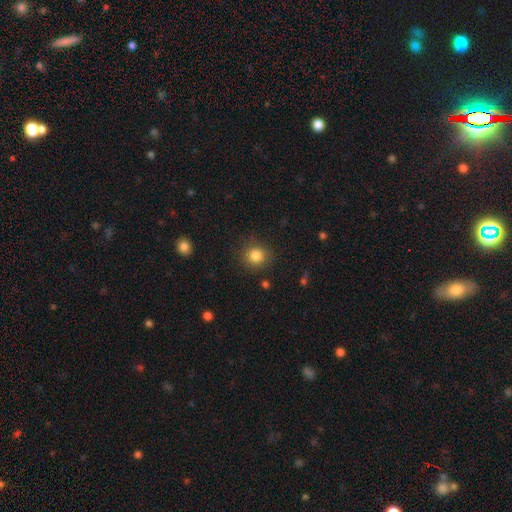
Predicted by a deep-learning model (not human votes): Q: Smooth or featured?
A: smooth (84%); runner-up: star or artifact (11%)
Q: How rounded?
A: round (87%); runner-up: in between (12%)
Q: Merging?
A: none (87%); runner-up: minor disturbance (9%)